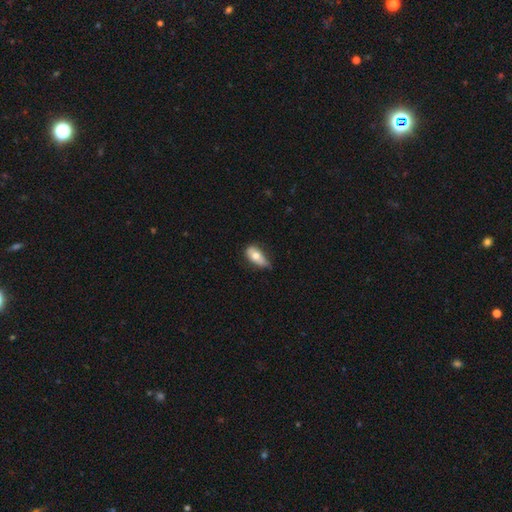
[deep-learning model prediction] Smooth or featured? Predicted: smooth (p=0.66). How rounded? Predicted: in between (p=0.87). Merging? Predicted: minor disturbance (p=0.44).